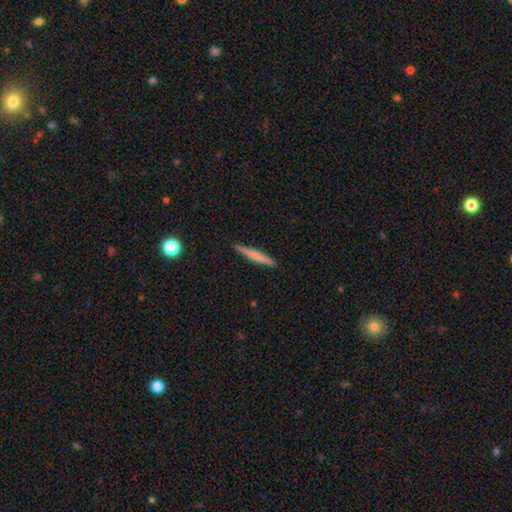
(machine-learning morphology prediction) smooth-or-featured: smooth: 59% | featured or disk: 36% | star or artifact: 6%
  how-rounded: cigar-shaped: 95% | in between: 4% | round: 2%
  merging: none: 91% | minor disturbance: 7% | major disturbance: 1% | merger: 1%